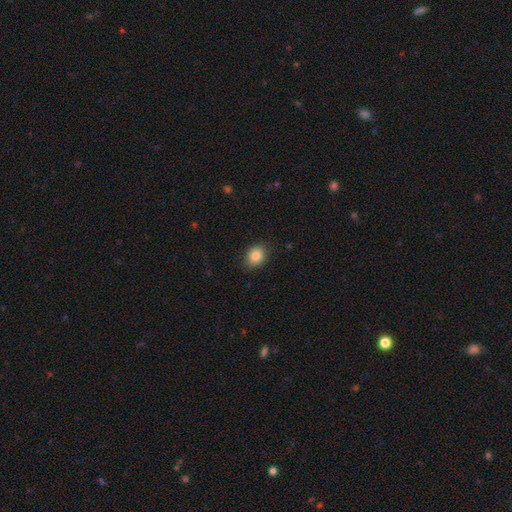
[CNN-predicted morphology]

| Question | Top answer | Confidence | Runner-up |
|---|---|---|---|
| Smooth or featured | smooth | 86% | star or artifact (9%) |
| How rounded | in between | 54% | round (45%) |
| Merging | none | 84% | minor disturbance (12%) |